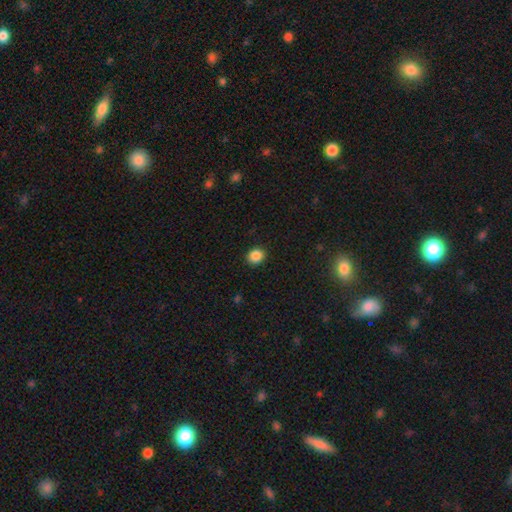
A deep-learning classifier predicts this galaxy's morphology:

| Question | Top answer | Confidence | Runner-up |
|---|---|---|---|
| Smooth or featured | smooth | 87% | star or artifact (10%) |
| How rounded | round | 77% | in between (22%) |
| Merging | none | 91% | minor disturbance (6%) |